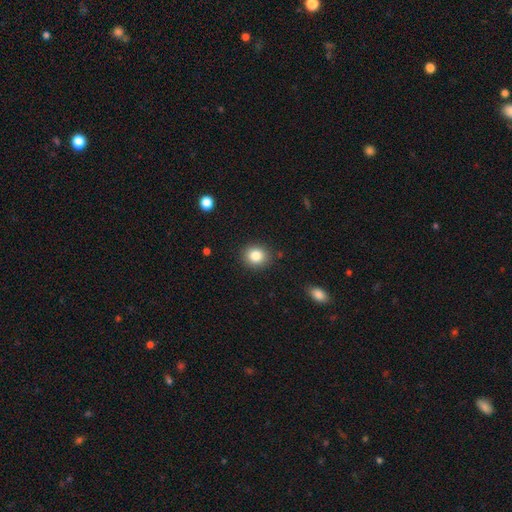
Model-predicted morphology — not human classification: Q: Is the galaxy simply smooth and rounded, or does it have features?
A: smooth — 83%.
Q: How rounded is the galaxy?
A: round — 76%.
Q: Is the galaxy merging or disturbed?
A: none — 89%.